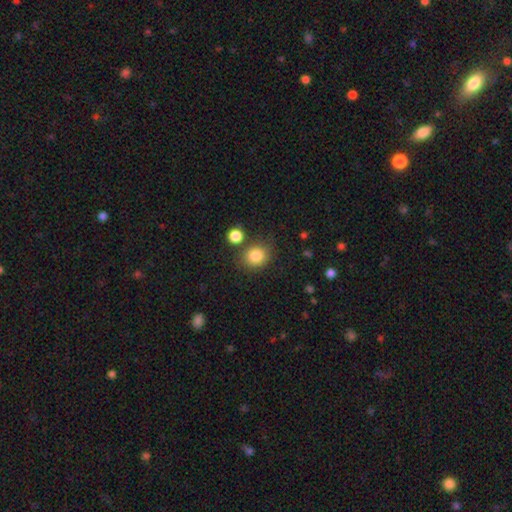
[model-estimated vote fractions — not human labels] smooth-or-featured: smooth: 84% | star or artifact: 10% | featured or disk: 6%
  how-rounded: round: 76% | in between: 23% | cigar-shaped: 1%
  merging: none: 75% | minor disturbance: 11% | merger: 10% | major disturbance: 4%